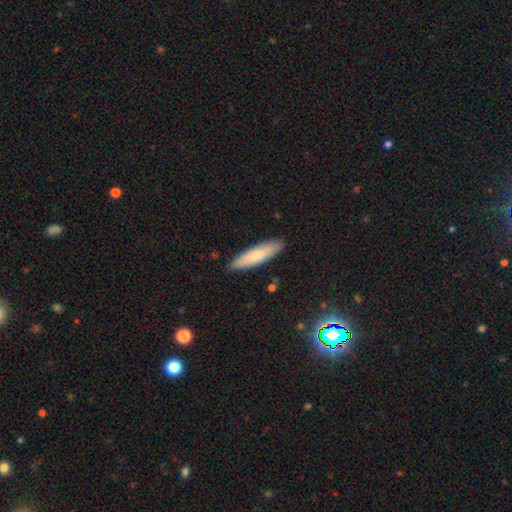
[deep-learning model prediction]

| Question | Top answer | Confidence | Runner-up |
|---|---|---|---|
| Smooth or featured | smooth | 75% | featured or disk (19%) |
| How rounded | cigar-shaped | 71% | in between (27%) |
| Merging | none | 89% | minor disturbance (8%) |